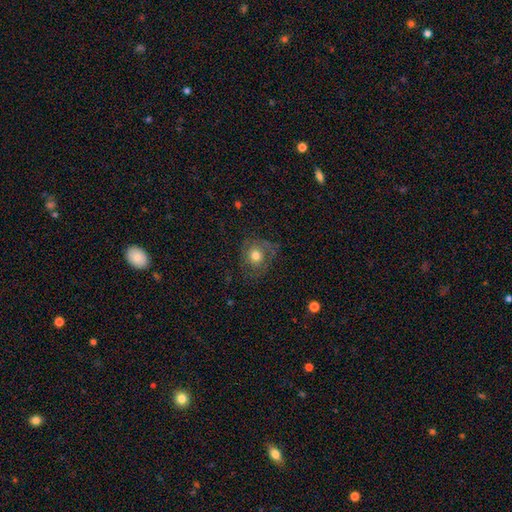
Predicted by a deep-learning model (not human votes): Smooth or featured: smooth — 63% (featured or disk — 27%)
How rounded: round — 80% (in between — 19%)
Merging: none — 64% (minor disturbance — 21%)